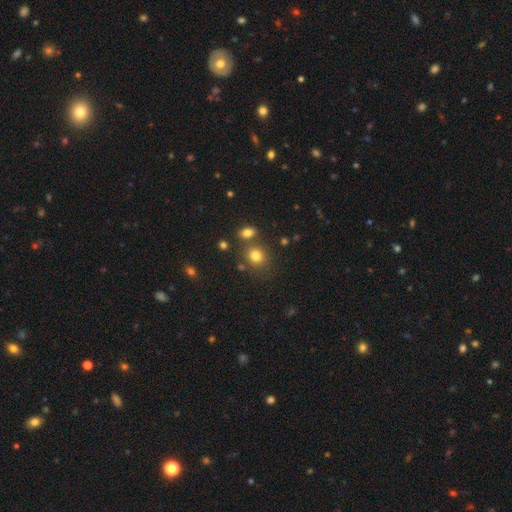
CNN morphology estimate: Smooth or featured? Predicted: smooth (p=0.78). How rounded? Predicted: round (p=0.75). Merging? Predicted: none (p=0.68).